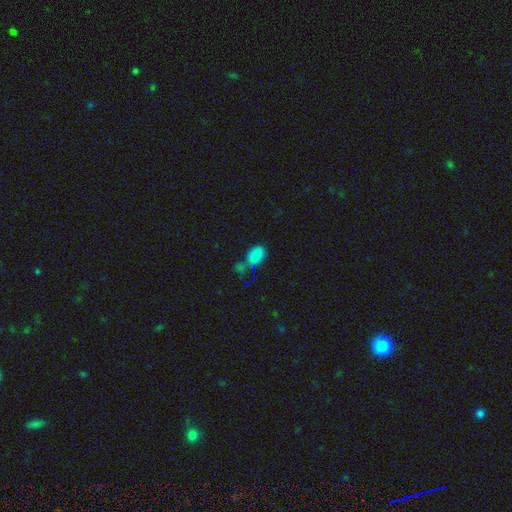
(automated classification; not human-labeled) Q: Smooth or featured?
A: smooth (77%); runner-up: star or artifact (18%)
Q: How rounded?
A: in between (86%); runner-up: round (13%)
Q: Merging?
A: none (52%); runner-up: merger (23%)